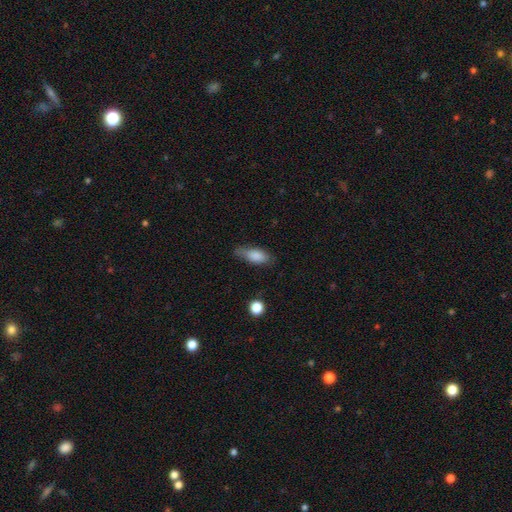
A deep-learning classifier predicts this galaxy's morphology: Smooth or featured: smooth — 81% (featured or disk — 11%)
How rounded: in between — 77% (cigar-shaped — 20%)
Merging: none — 58% (minor disturbance — 31%)